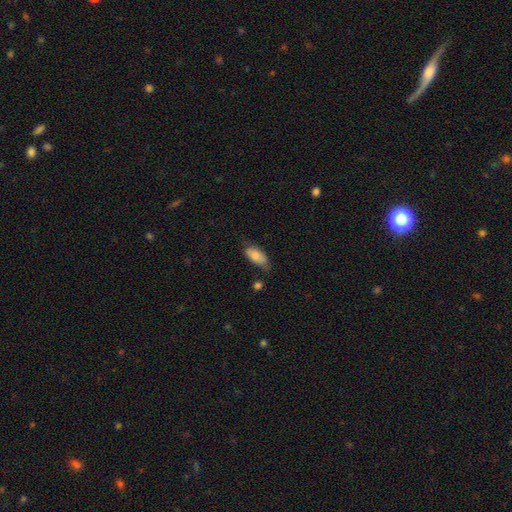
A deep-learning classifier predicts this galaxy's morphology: This is likely a smooth galaxy (79%). How rounded: clearly in between (91%). Merging: likely none (63%).